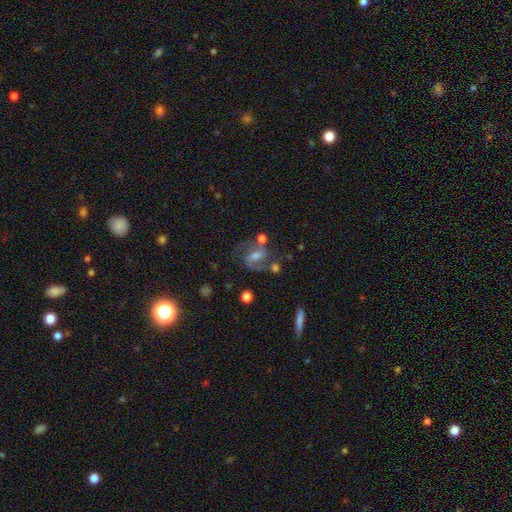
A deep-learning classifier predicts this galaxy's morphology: Overall: featured or disk (79%). Edge-on disk: no (97%). Bar: weak (48%; strong 30%). Spiral arms: yes (95%). Spiral arm count: 2 (89%). Spiral winding: medium (59%; loose 23%). Bulge size: moderate (48%; small 33%). Merging: none (61%).